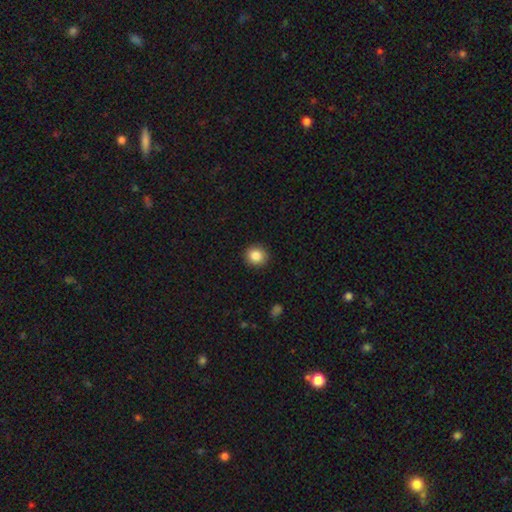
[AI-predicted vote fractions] Morphology: type=smooth (86%); roundness=round (88%); merging=none (91%).